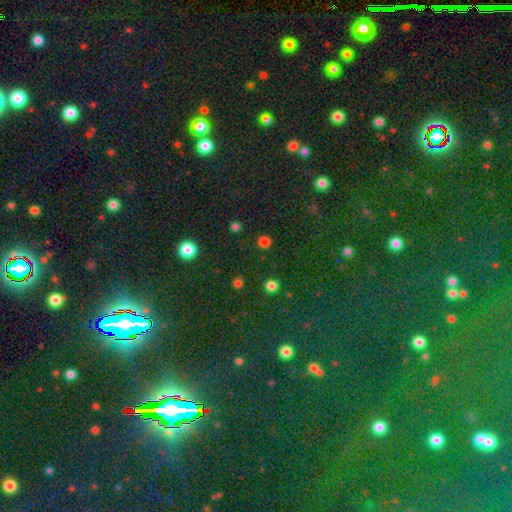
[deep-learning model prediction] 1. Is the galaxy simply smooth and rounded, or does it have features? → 79% star or artifact, 13% smooth, 7% featured or disk.